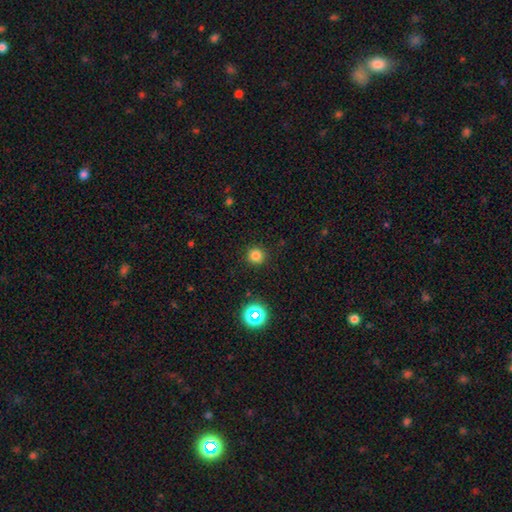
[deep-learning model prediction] Q: Smooth or featured?
A: smooth (80%); runner-up: star or artifact (16%)
Q: How rounded?
A: round (95%); runner-up: in between (4%)
Q: Merging?
A: none (91%); runner-up: minor disturbance (5%)